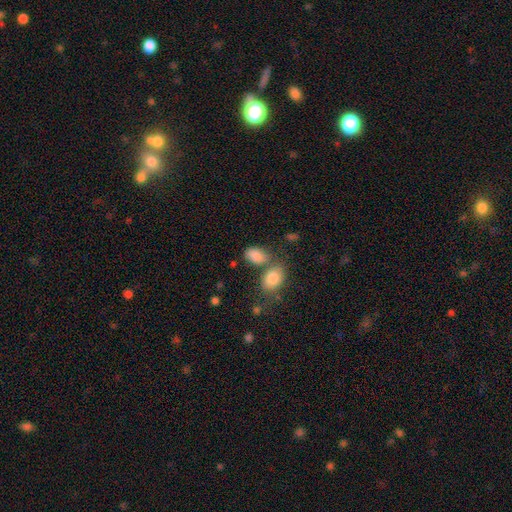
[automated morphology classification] Smooth or featured? Predicted: smooth (p=0.85). How rounded? Predicted: in between (p=0.87). Merging? Predicted: none (p=0.47).